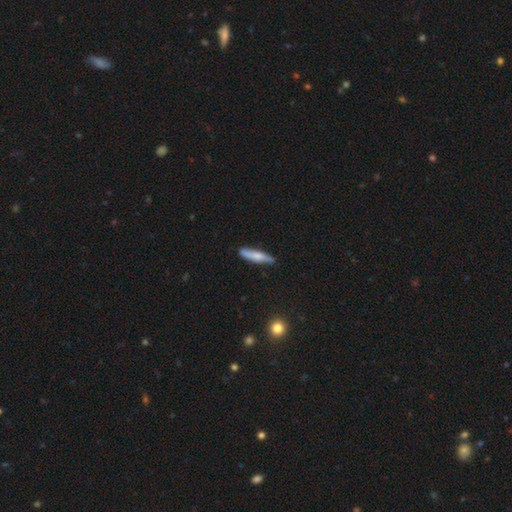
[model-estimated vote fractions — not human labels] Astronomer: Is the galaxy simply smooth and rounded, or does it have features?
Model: smooth — 65%.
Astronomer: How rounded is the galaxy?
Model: cigar-shaped — 85%.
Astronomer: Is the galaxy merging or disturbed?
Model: none — 80%.